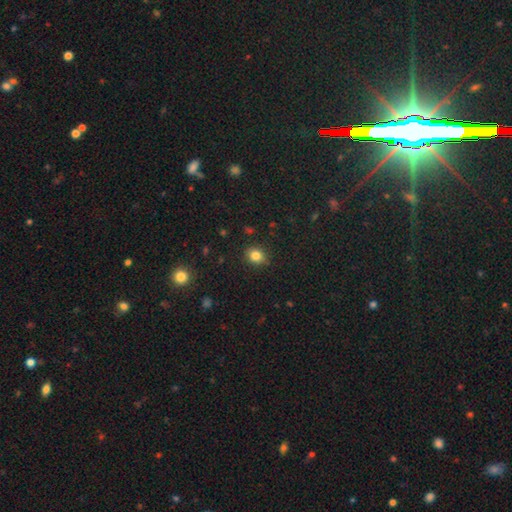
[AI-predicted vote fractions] The model was most divided on "how rounded": round: 65%, in between: 34%, cigar-shaped: 1%. More confident: merging — none (87%); smooth or featured — smooth (83%).